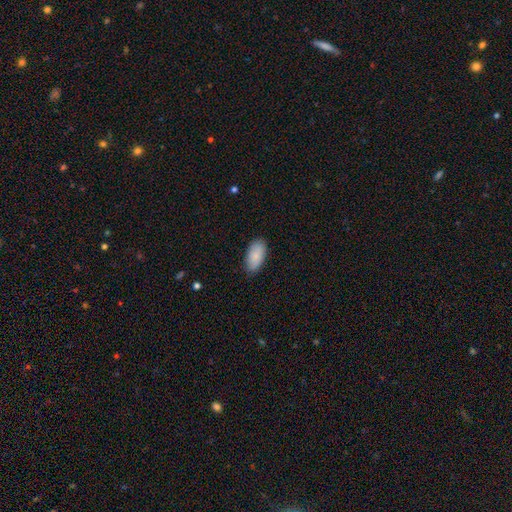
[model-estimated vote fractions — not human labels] Smooth or featured? Predicted: smooth (p=0.88). How rounded? Predicted: in between (p=0.93). Merging? Predicted: none (p=0.83).